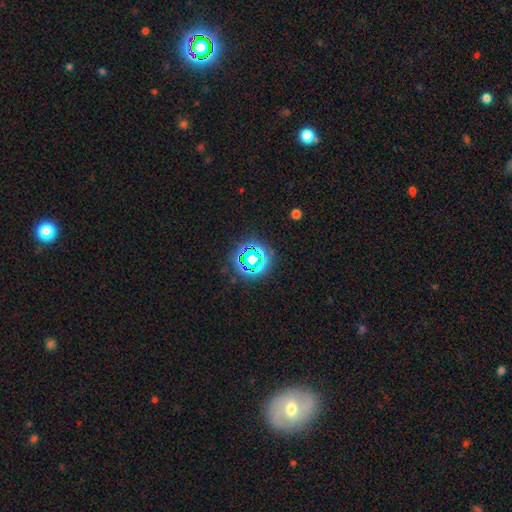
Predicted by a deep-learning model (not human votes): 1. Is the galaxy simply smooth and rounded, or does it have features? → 64% star or artifact, 24% smooth, 11% featured or disk.